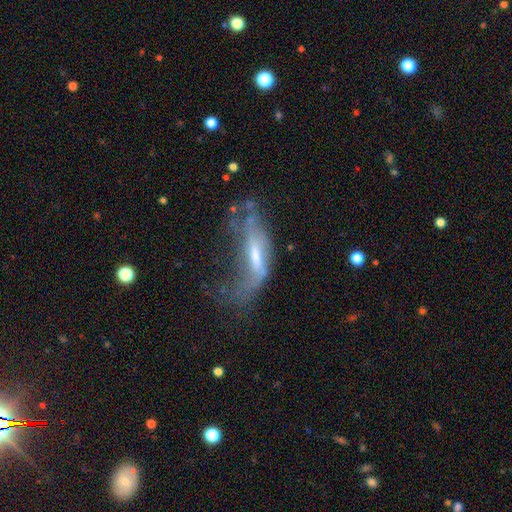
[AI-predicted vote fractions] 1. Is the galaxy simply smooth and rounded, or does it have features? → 57% featured or disk, 33% smooth, 10% star or artifact.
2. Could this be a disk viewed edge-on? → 77% no, 23% yes.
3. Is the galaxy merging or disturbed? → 49% major disturbance, 23% none, 20% minor disturbance, 8% merger.